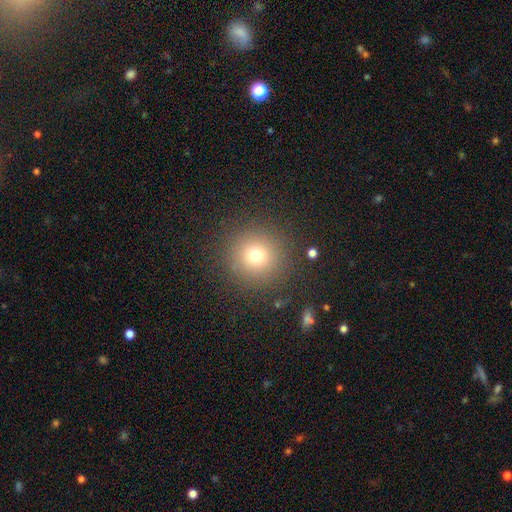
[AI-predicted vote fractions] Overall: smooth (73%). How rounded: round (95%). Merging: none (89%).